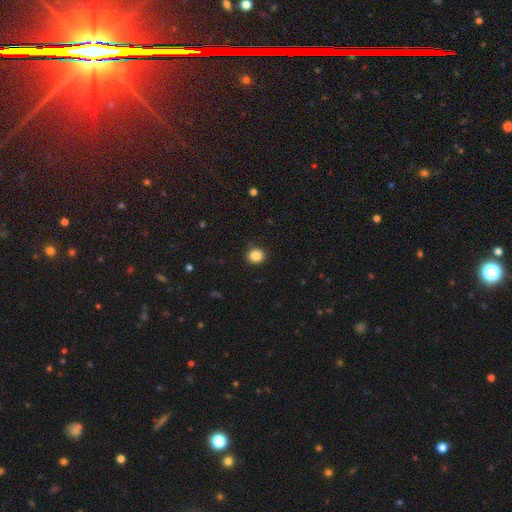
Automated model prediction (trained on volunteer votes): This is clearly a smooth galaxy (87%). How rounded: clearly round (82%). Merging: clearly none (90%).